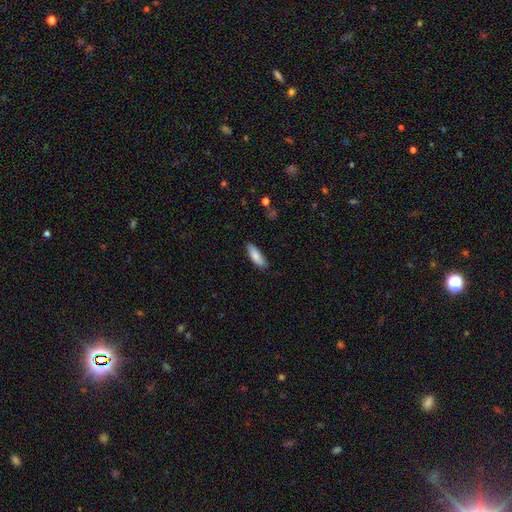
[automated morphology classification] Smooth or featured?
  - smooth: 85% *
  - featured or disk: 10%
  - star or artifact: 6%
How rounded?
  - in between: 56% *
  - cigar-shaped: 43%
  - round: 2%
Merging?
  - none: 84% *
  - minor disturbance: 13%
  - major disturbance: 2%
  - merger: 1%